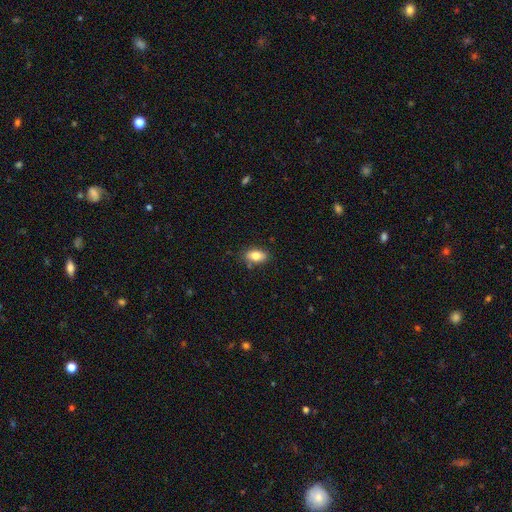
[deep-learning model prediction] This is clearly a smooth galaxy (81%). How rounded: clearly in between (89%). Merging: clearly none (83%).